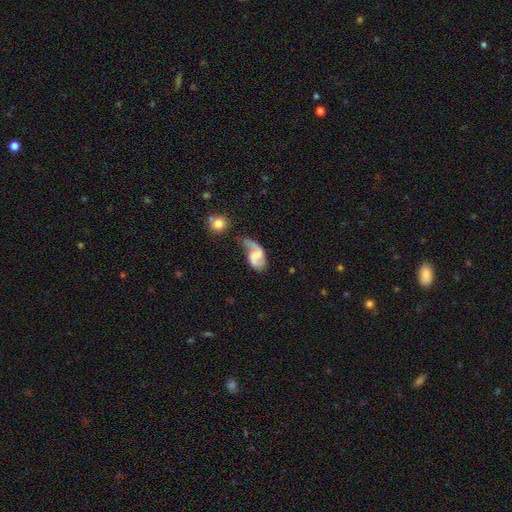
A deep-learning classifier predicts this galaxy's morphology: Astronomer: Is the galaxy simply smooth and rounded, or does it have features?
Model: featured or disk — 63%.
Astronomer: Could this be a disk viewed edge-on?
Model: no — 97%.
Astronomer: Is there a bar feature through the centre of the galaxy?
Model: weak — 43% (runner-up: no, 38%).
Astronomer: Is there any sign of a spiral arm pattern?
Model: yes — 87%.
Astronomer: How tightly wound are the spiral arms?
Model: loose — 67%.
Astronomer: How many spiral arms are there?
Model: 2 — 73%.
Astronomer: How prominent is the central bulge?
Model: none — 55%.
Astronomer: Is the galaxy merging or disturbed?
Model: none — 35% (runner-up: minor disturbance, 28%).